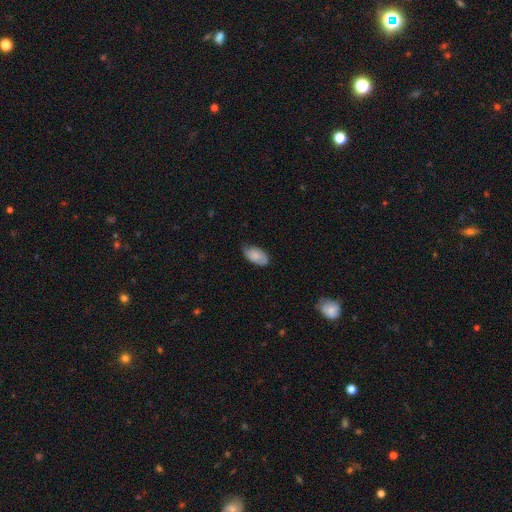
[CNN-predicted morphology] A smooth galaxy with no disk features (74%) that is in between round and cigar-shaped (94%).

Vote fractions:
- Smooth or featured? smooth: 74% / featured or disk: 20% / star or artifact: 6%
- How rounded? in between: 94% / round: 4% / cigar-shaped: 2%
- Merging? none: 65% / minor disturbance: 29% / major disturbance: 5% / merger: 1%